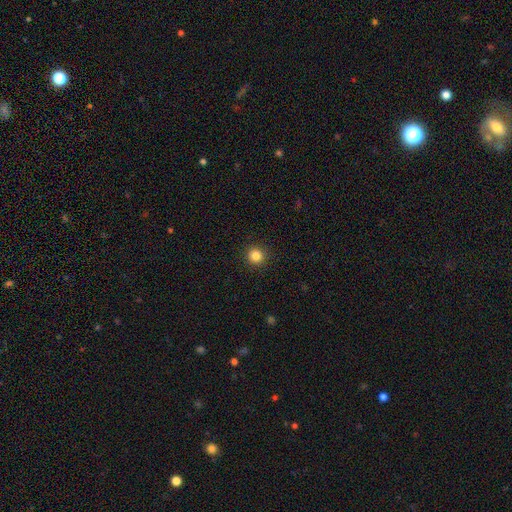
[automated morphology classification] smooth_or_featured: smooth (p=0.85) [alt: star or artifact p=0.11]
how_rounded: round (p=0.95) [alt: in between p=0.04]
merging: none (p=0.93) [alt: minor disturbance p=0.04]